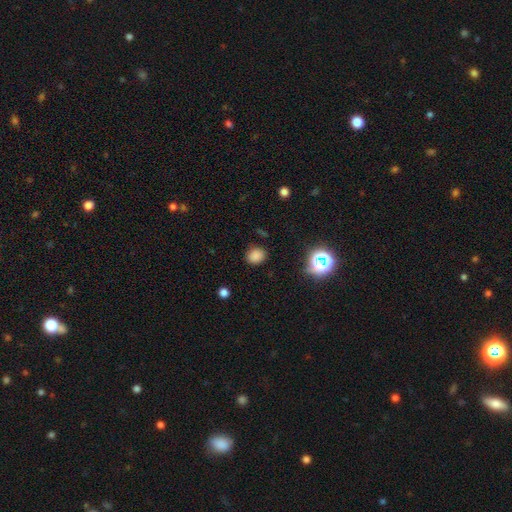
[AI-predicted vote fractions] Smooth or featured? Predicted: smooth (p=0.77). How rounded? Predicted: round (p=0.63). Merging? Predicted: none (p=0.84).